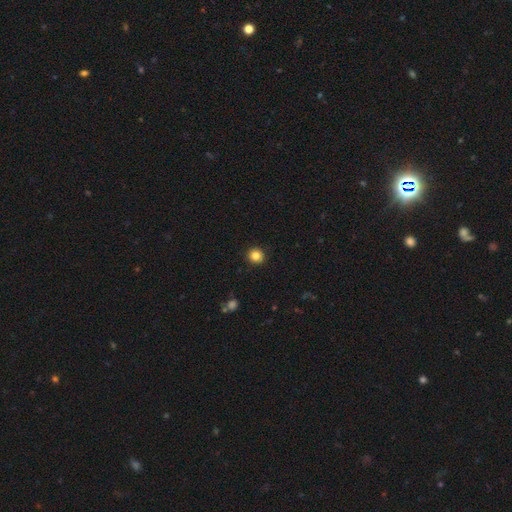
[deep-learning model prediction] Q: Smooth or featured?
A: smooth (84%); runner-up: star or artifact (11%)
Q: How rounded?
A: round (93%); runner-up: in between (6%)
Q: Merging?
A: none (93%); runner-up: minor disturbance (5%)